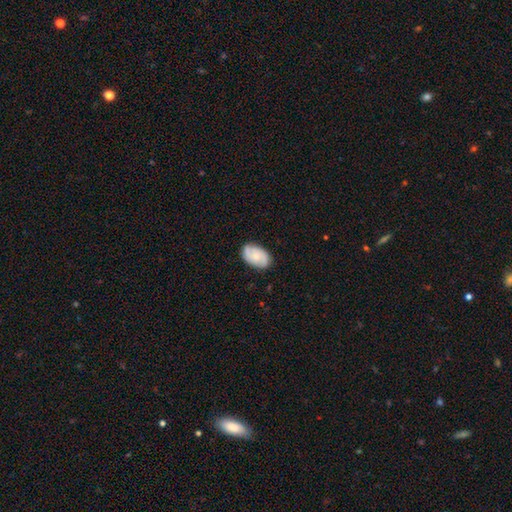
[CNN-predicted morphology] Smooth or featured: smooth — 49% (featured or disk — 44%)
Merging: none — 78% (minor disturbance — 17%)